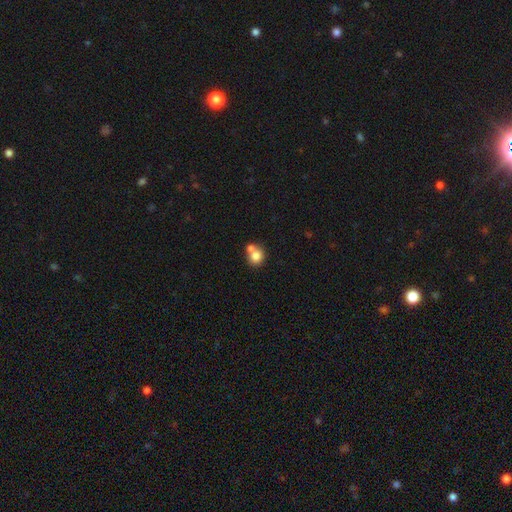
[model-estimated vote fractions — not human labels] smooth_or_featured: smooth (p=0.78) [alt: featured or disk p=0.12]
how_rounded: round (p=0.80) [alt: in between p=0.19]
merging: none (p=0.44) [tied with: merger p=0.44]